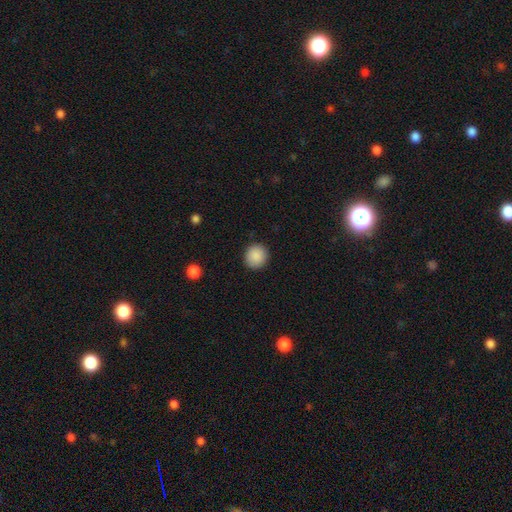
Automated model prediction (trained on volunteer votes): The model was most divided on "how rounded": round: 89%, in between: 10%, cigar-shaped: 1%. More confident: merging — none (91%); smooth or featured — smooth (89%).